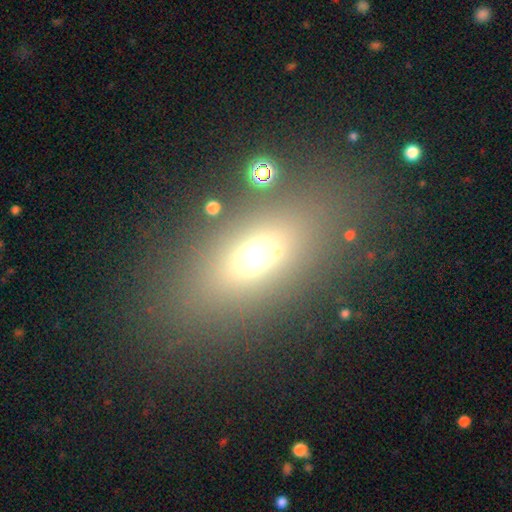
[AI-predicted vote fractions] Smooth or featured? Predicted: smooth (p=0.59). How rounded? Predicted: in between (p=0.75). Merging? Predicted: none (p=0.78).